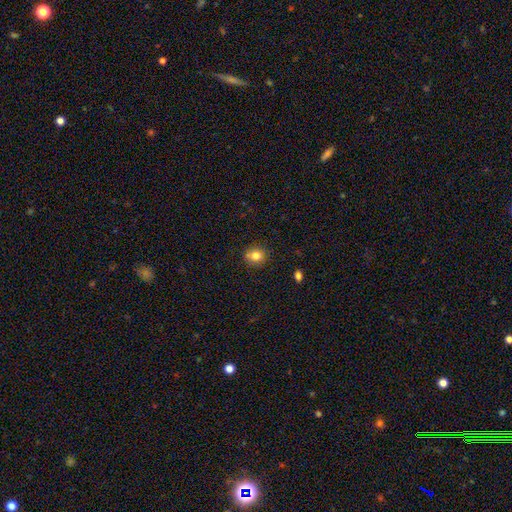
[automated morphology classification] Overall: smooth (81%). How rounded: round (78%). Merging: none (81%).